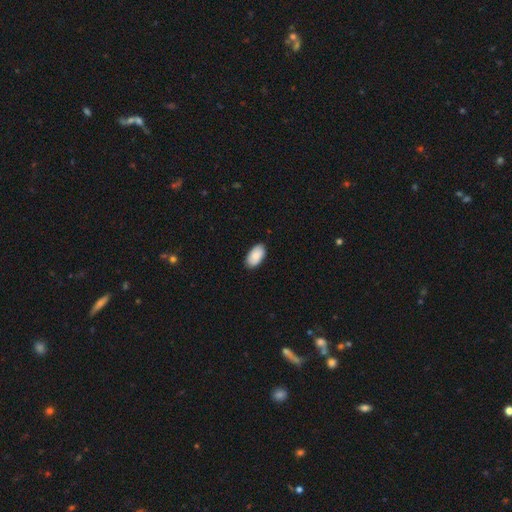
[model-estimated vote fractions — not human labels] A smooth galaxy with no disk features (87%) that is in between round and cigar-shaped (96%).

Vote fractions:
- Smooth or featured? smooth: 87% / featured or disk: 7% / star or artifact: 6%
- How rounded? in between: 96% / round: 3% / cigar-shaped: 2%
- Merging? none: 87% / minor disturbance: 10% / major disturbance: 2% / merger: 1%